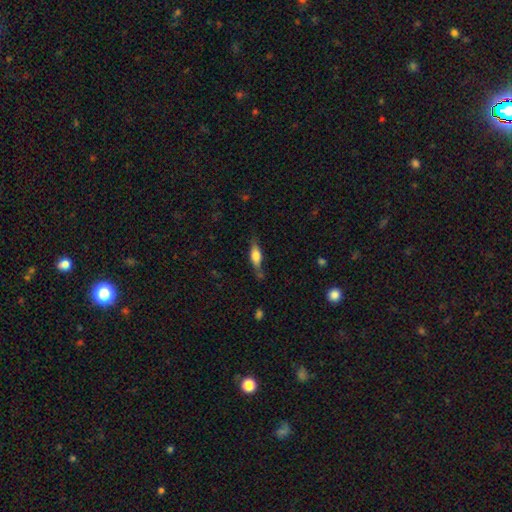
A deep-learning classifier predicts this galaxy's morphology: Smooth or featured? smooth (57%)
How rounded? in between (52%)
Merging? none (65%)